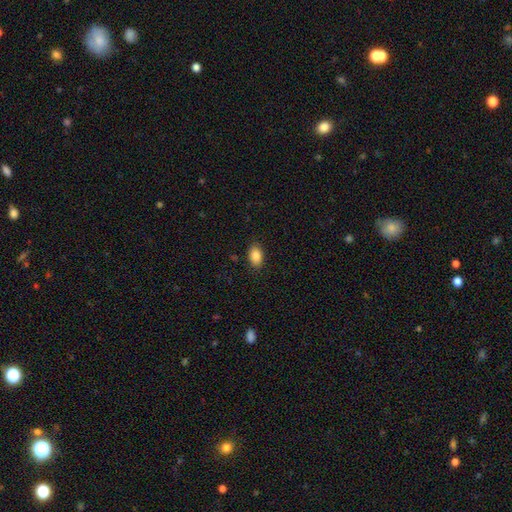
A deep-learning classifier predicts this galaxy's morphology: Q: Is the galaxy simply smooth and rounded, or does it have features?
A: smooth — 87%.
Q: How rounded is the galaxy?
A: in between — 90%.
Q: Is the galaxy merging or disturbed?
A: none — 88%.